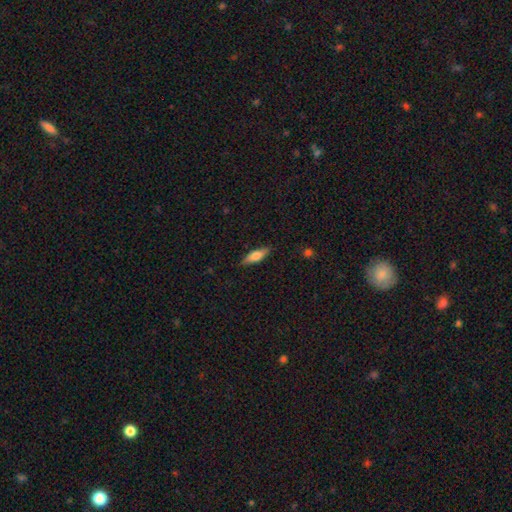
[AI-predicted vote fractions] Smooth or featured: smooth — 69% (featured or disk — 25%)
How rounded: cigar-shaped — 53% (in between — 45%)
Merging: none — 86% (minor disturbance — 10%)